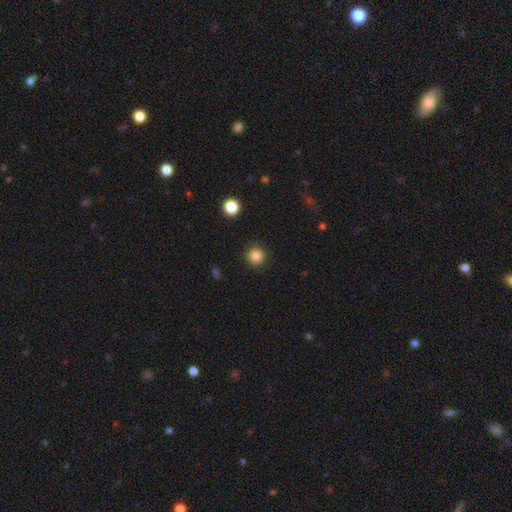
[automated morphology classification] smooth-or-featured: smooth: 85% | star or artifact: 12% | featured or disk: 3%
  how-rounded: round: 95% | in between: 4% | cigar-shaped: 1%
  merging: none: 90% | minor disturbance: 6% | major disturbance: 2% | merger: 1%